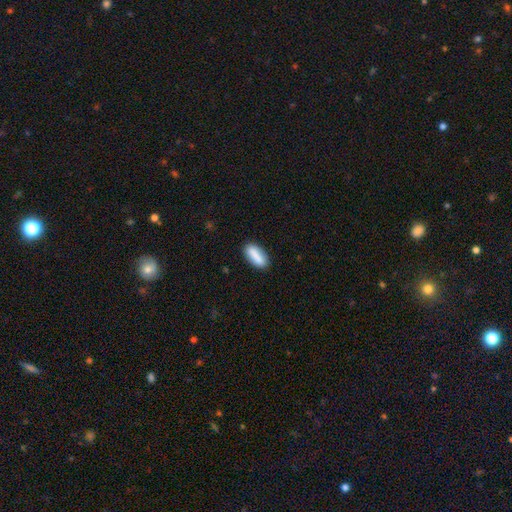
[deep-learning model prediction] Smooth or featured?
  - smooth: 84% *
  - featured or disk: 9%
  - star or artifact: 7%
How rounded?
  - in between: 72% *
  - cigar-shaped: 25%
  - round: 3%
Merging?
  - none: 85% *
  - minor disturbance: 11%
  - major disturbance: 2%
  - merger: 2%